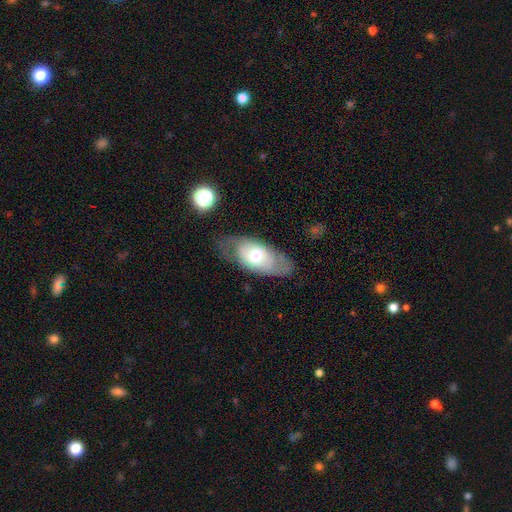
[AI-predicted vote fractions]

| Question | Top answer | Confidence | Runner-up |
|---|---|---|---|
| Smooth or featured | smooth | 51% | featured or disk (42%) |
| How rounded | in between | 89% | cigar-shaped (6%) |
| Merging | none | 67% | minor disturbance (21%) |